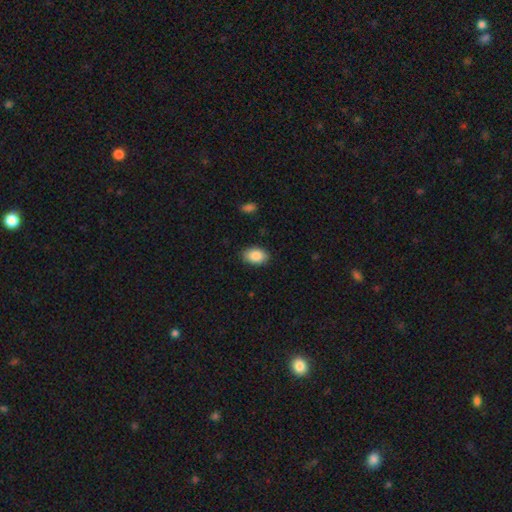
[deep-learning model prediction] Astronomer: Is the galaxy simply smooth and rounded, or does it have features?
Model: smooth — 88%.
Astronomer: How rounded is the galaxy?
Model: in between — 89%.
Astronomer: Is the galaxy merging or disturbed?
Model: none — 87%.